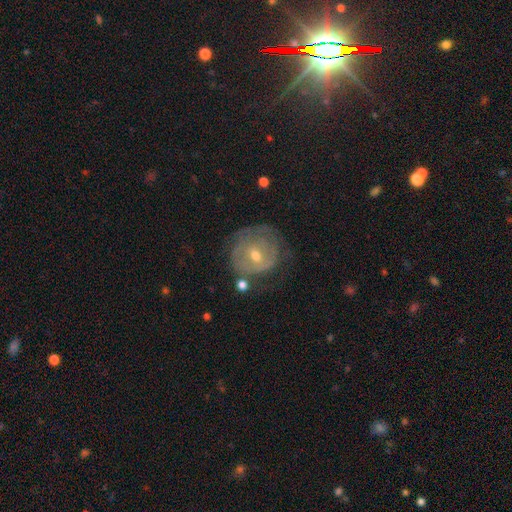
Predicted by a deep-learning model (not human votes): The model was most divided on "bulge size": moderate: 56%, small: 40%, large: 2%, none: 1%, dominant: 1%. More confident: edge-on disk — no (97%); spiral arms — yes (72%); smooth or featured — featured or disk (69%); merging — none (61%); bar — no (54%).